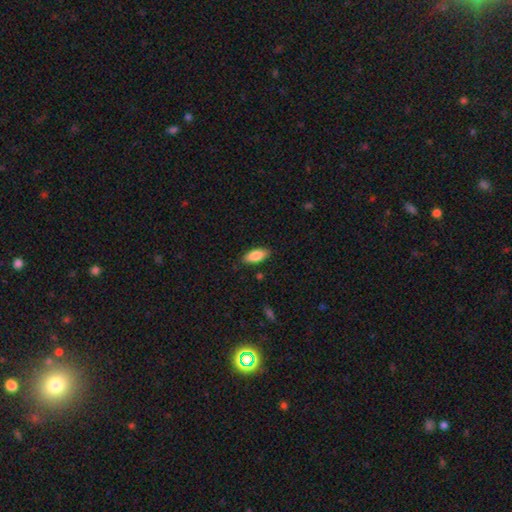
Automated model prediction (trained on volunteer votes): This appears to be a smooth galaxy with no disk features (84%) that is in between round and cigar-shaped (82%). Merging: none (86%).